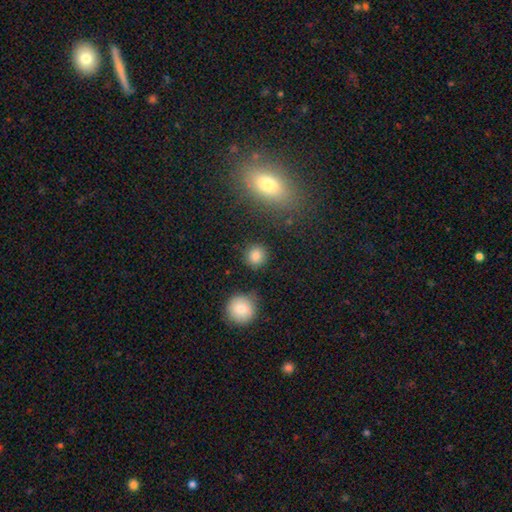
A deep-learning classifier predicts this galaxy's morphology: Smooth or featured? Predicted: smooth (p=0.84). How rounded? Predicted: round (p=0.90). Merging? Predicted: none (p=0.87).